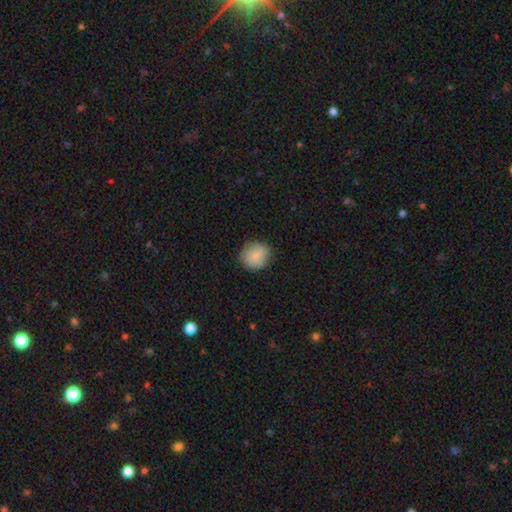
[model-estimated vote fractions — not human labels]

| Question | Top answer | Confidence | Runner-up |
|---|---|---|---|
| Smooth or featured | smooth | 78% | featured or disk (15%) |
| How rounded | round | 79% | in between (20%) |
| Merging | none | 81% | minor disturbance (15%) |